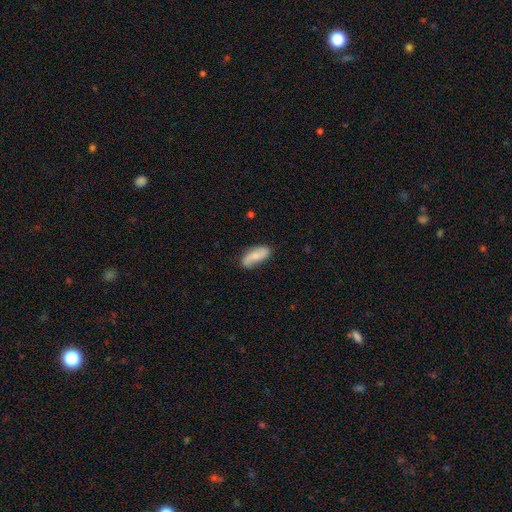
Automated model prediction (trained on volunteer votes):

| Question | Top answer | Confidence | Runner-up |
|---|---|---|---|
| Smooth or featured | smooth | 50% | featured or disk (44%) |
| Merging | none | 74% | minor disturbance (20%) |